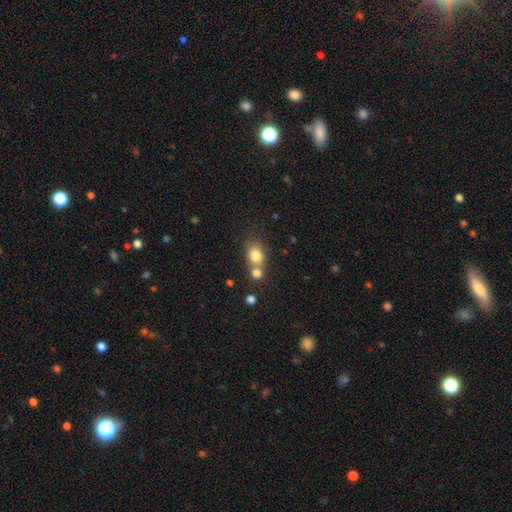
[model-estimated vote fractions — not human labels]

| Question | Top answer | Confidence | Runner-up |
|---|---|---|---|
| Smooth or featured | smooth | 80% | star or artifact (10%) |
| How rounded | in between | 52% | round (46%) |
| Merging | none | 44% | merger (42%) |